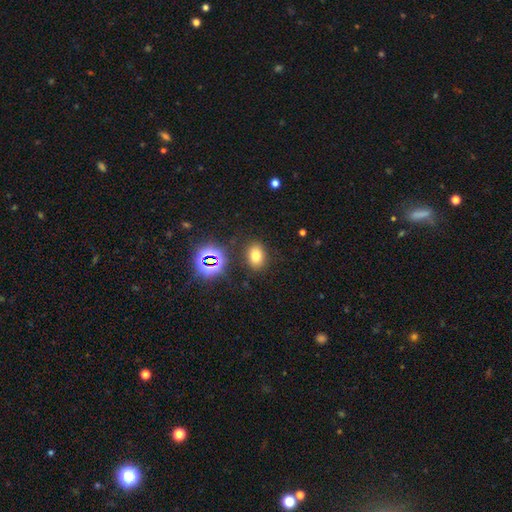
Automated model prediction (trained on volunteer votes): Smooth or featured?
  - smooth: 69% *
  - star or artifact: 21%
  - featured or disk: 10%
How rounded?
  - in between: 69% *
  - round: 30%
  - cigar-shaped: 1%
Merging?
  - none: 85% *
  - minor disturbance: 9%
  - major disturbance: 3%
  - merger: 3%